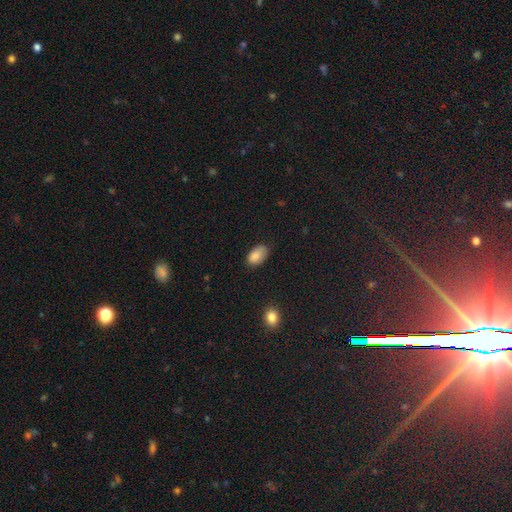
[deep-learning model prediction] The model was most divided on "merging": none: 70%, minor disturbance: 24%, major disturbance: 4%, merger: 2%. More confident: how rounded — in between (92%); smooth or featured — smooth (86%).